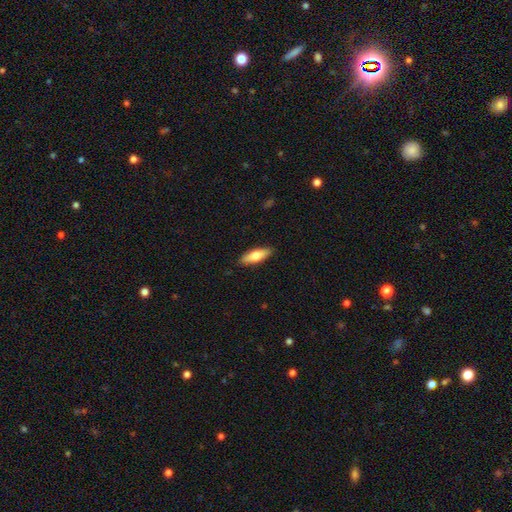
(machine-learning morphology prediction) type=smooth (70%); roundness=in between (58%); merging=none (89%).